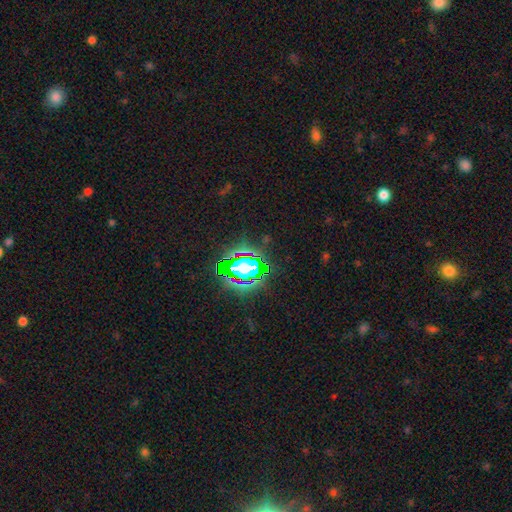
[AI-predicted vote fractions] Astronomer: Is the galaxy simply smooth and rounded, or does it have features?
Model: star or artifact — 79%.